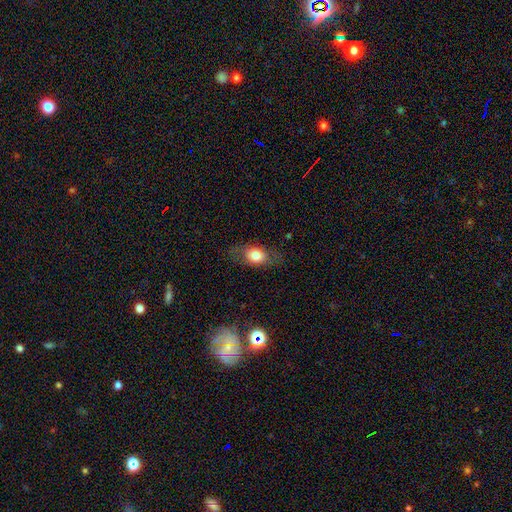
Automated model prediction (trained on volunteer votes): Overall: smooth (70%). How rounded: in between (75%). Merging: none (76%).